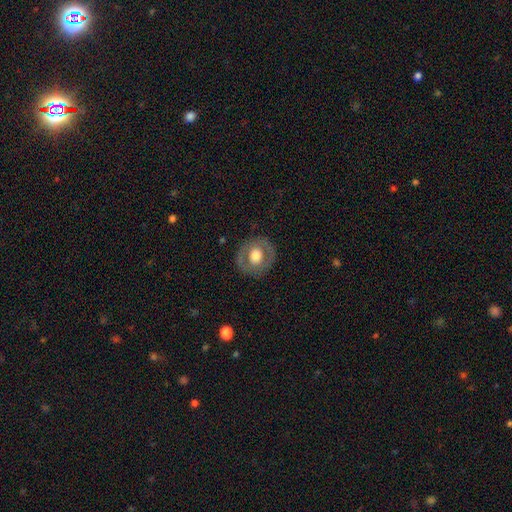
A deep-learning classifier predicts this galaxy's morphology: This is possibly a smooth galaxy (51%). How rounded: clearly round (81%). Merging: clearly none (83%).